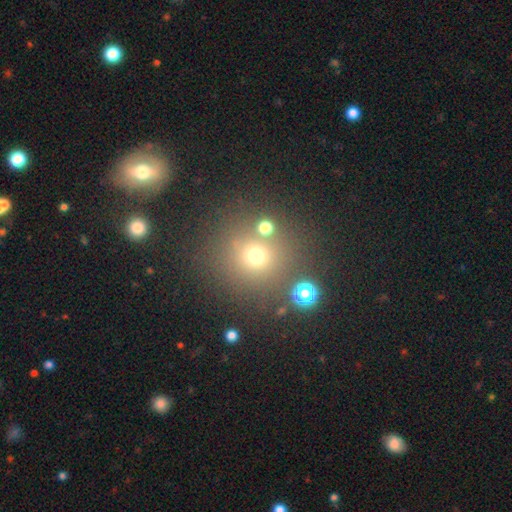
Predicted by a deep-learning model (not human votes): A smooth galaxy with no disk features (67%) that is round (90%). Merging: none (77%).